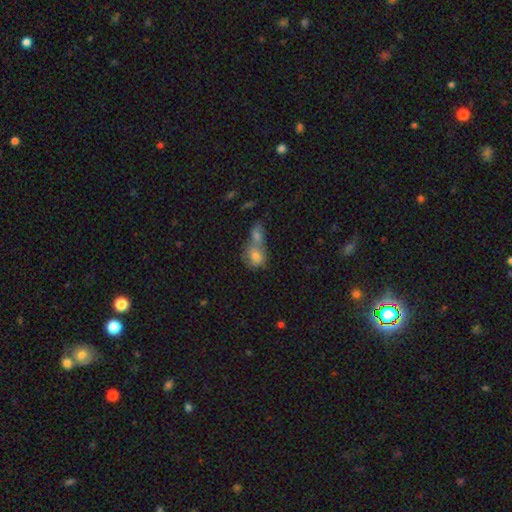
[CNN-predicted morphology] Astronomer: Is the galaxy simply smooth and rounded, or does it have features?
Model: smooth — 73%.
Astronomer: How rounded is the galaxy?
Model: round — 53% (runner-up: in between, 45%).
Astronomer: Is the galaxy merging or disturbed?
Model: merger — 67%.